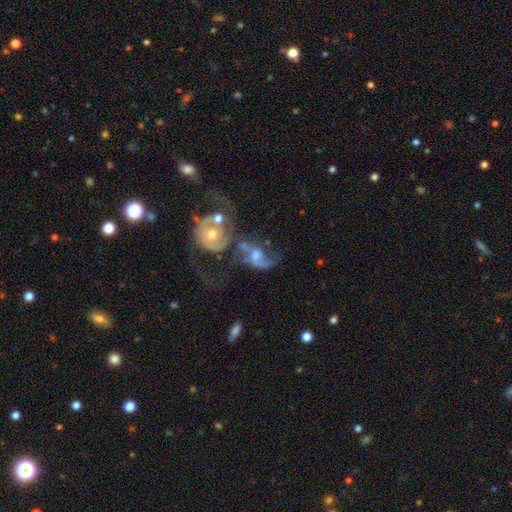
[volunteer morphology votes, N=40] Volunteers were most divided on "spiral winding": loose: 43%, medium: 38%, tight: 19%. Remaining: edge-on disk — no (97%); spiral arms — yes (75%); smooth or featured — featured or disk (72%); spiral arm count — 2 (67%); bulge size — moderate (61%); merging — merger (51%); bar — no (46%).